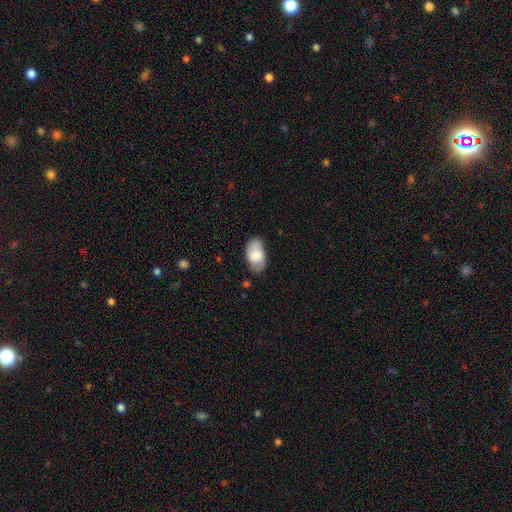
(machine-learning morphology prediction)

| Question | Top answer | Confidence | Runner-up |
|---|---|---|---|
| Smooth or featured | smooth | 63% | featured or disk (31%) |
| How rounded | in between | 94% | round (4%) |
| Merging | none | 75% | minor disturbance (19%) |